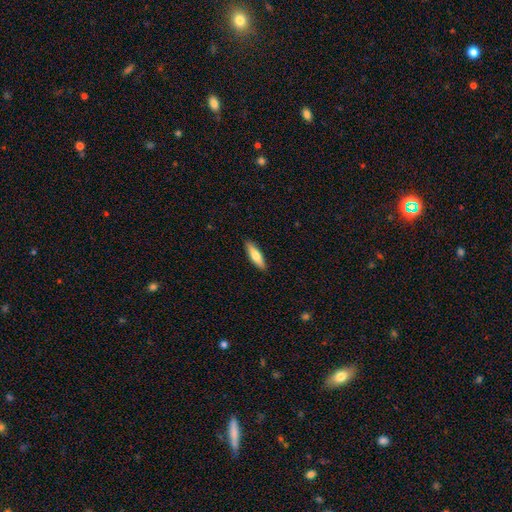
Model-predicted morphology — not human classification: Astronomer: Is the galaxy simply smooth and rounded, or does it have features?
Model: smooth — 68%.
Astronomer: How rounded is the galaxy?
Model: cigar-shaped — 65%.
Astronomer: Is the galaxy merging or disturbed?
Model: none — 90%.